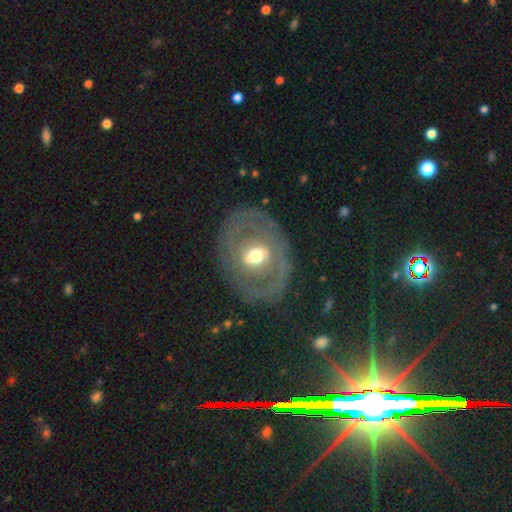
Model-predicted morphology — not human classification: smooth_or_featured: featured or disk (p=0.70) [alt: smooth p=0.23]
disk_edge_on: no (p=0.91) [alt: yes p=0.09]
bar: weak (p=0.39) [alt: strong p=0.35]
has_spiral_arms: no (p=0.62) [alt: yes p=0.38]
bulge_size: moderate (p=0.67) [alt: large p=0.17]
merging: none (p=0.78) [alt: minor disturbance p=0.12]